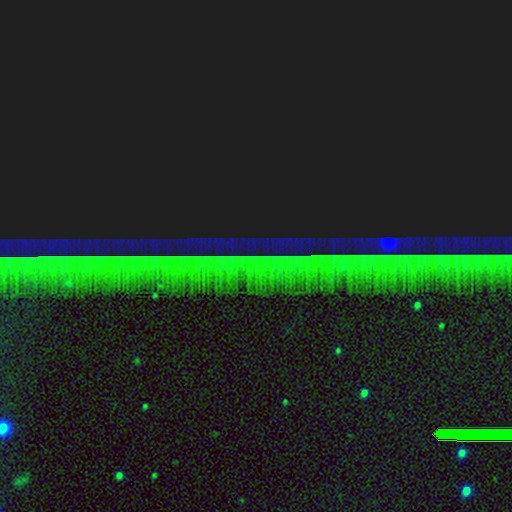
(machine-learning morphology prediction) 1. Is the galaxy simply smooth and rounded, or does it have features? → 87% star or artifact, 7% featured or disk, 6% smooth.